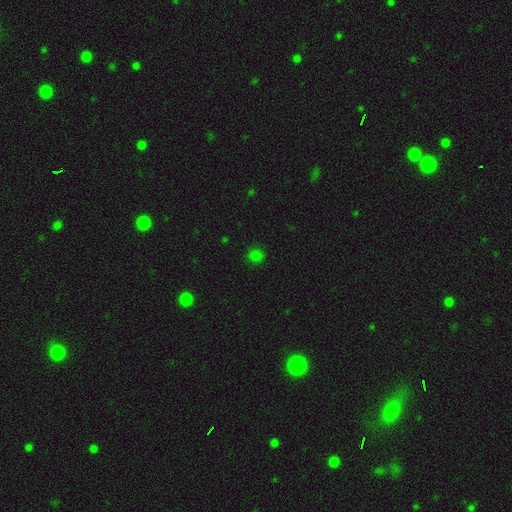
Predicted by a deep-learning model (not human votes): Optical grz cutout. It shows a smooth galaxy with no disk features (78%) that is round (89%). Merging: none (89%).